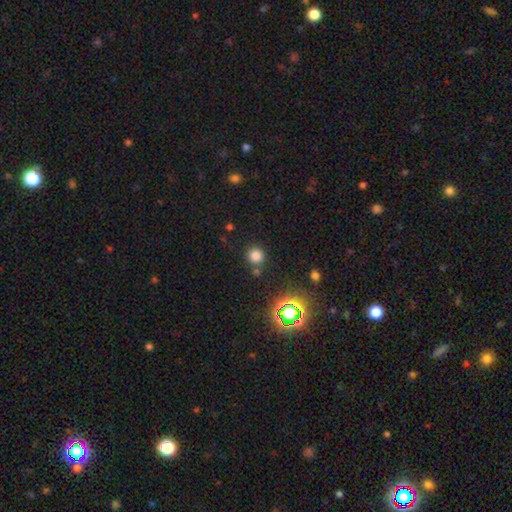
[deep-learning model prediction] This appears to be a smooth galaxy with no disk features (75%) that is round (93%). Merging: none (81%).